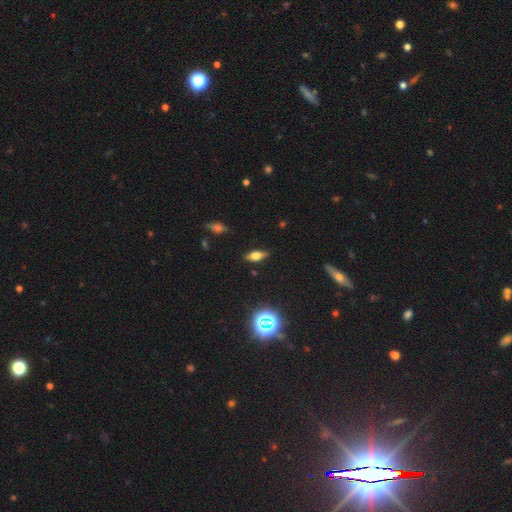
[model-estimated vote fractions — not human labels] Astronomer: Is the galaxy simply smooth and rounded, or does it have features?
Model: smooth — 53% (runner-up: featured or disk, 32%).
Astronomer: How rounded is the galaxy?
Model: in between — 70%.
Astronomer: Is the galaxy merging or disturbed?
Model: none — 84%.